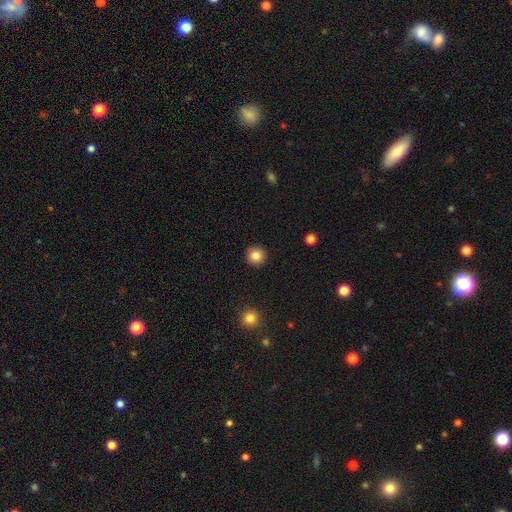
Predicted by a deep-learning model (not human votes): Smooth or featured? Predicted: smooth (p=0.84). How rounded? Predicted: round (p=0.95). Merging? Predicted: none (p=0.92).